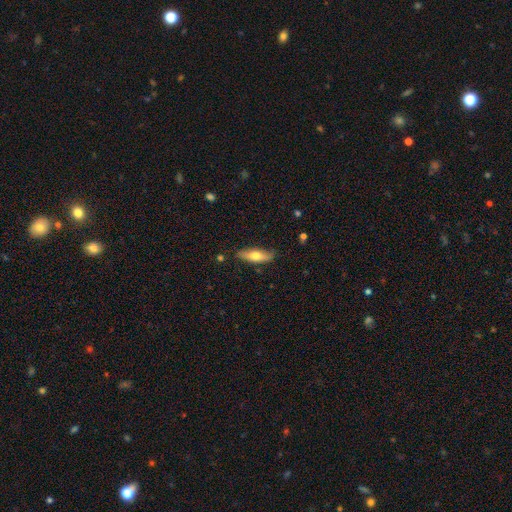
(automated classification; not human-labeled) This is likely a smooth galaxy (61%). How rounded: possibly in between (50%). Merging: likely none (79%).